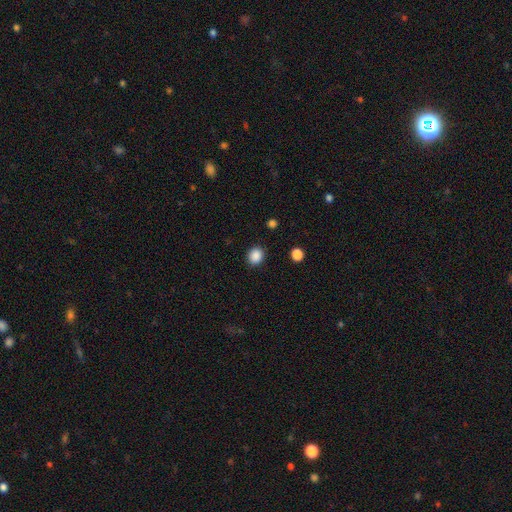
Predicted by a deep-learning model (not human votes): This appears to be a smooth galaxy with no disk features (88%) that is round (72%). Merging: none (89%).